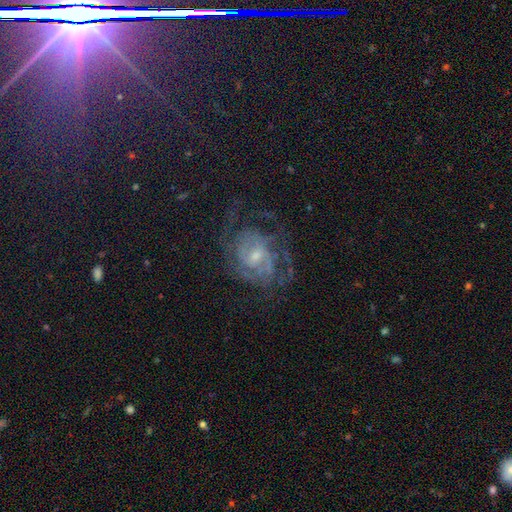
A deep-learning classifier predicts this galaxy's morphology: A featured or disk galaxy (80%) with no bar (45%, tied with weak), tight (52%) spiral arms (91%) and a small central bulge (60%). Merging: none (62%).